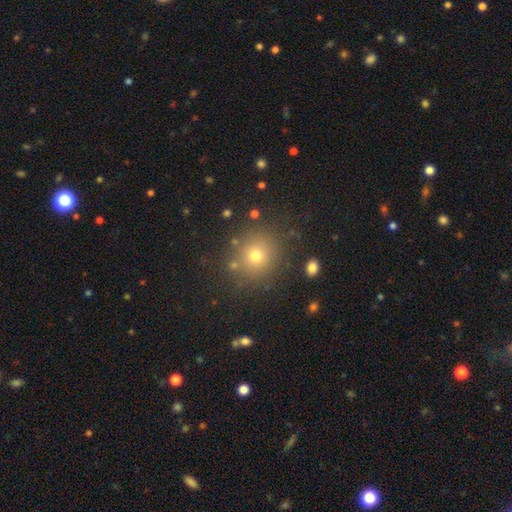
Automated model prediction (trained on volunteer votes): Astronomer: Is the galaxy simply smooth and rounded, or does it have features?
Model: smooth — 71%.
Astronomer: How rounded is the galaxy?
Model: round — 86%.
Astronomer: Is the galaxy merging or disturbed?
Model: none — 83%.